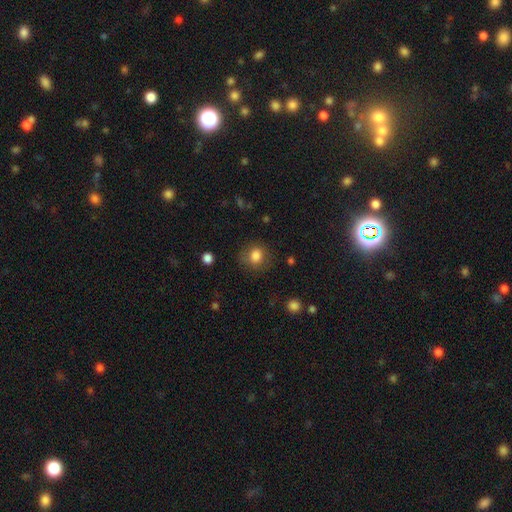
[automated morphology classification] smooth_or_featured: smooth (p=0.82) [alt: star or artifact p=0.10]
how_rounded: round (p=0.77) [alt: in between p=0.22]
merging: none (p=0.78) [alt: minor disturbance p=0.15]